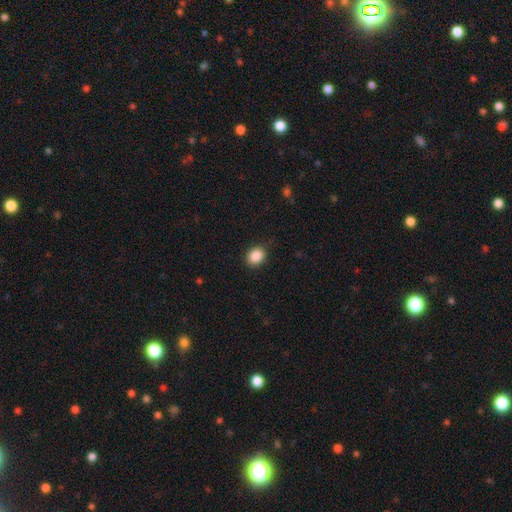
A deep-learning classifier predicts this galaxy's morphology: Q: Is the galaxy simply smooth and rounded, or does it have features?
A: smooth — 87%.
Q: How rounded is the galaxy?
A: round — 55%.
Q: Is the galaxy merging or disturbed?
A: none — 87%.